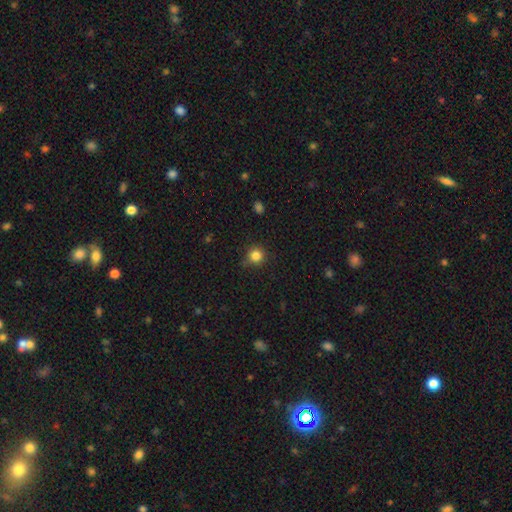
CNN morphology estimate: Smooth or featured? Predicted: smooth (p=0.84). How rounded? Predicted: round (p=0.93). Merging? Predicted: none (p=0.83).